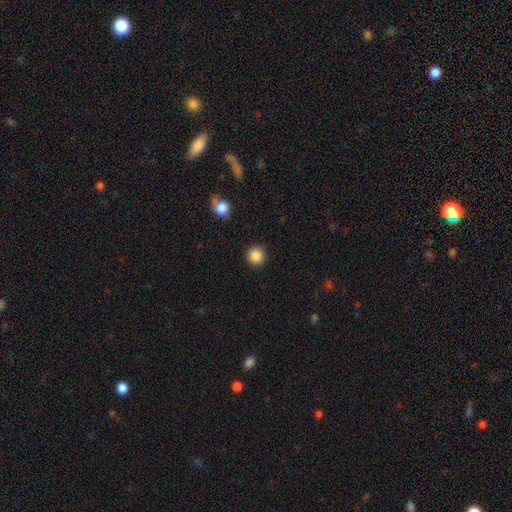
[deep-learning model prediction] Morphology: type=smooth (86%); roundness=round (95%); merging=none (92%).